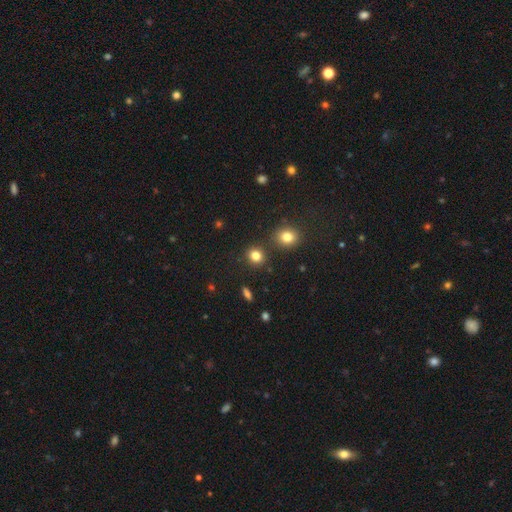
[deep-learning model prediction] A smooth galaxy with no disk features (82%) that is round (80%).

Vote fractions:
- Smooth or featured? smooth: 82% / star or artifact: 13% / featured or disk: 5%
- How rounded? round: 80% / in between: 18% / cigar-shaped: 1%
- Merging? none: 84% / minor disturbance: 7% / merger: 6% / major disturbance: 3%